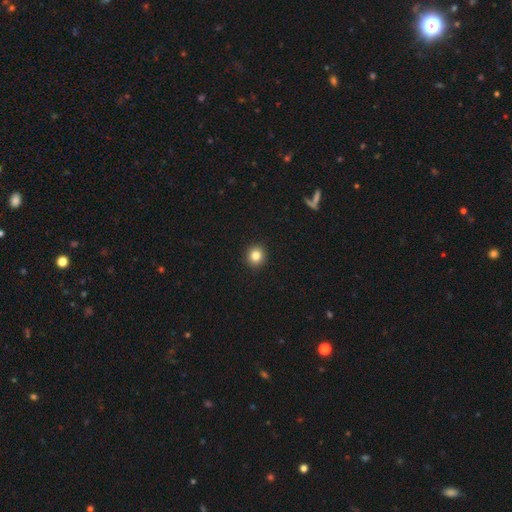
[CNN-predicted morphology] smooth 83%, star or artifact 11%, featured or disk 6%. Down the decision tree: how rounded — round (91%); merging — none (93%).